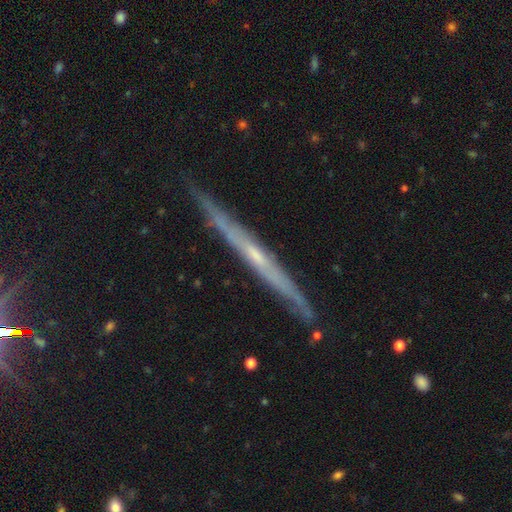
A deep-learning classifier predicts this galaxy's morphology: smooth_or_featured: featured or disk (p=0.75) [alt: smooth p=0.15]
disk_edge_on: yes (p=0.96) [alt: no p=0.04]
edge_on_bulge: none (p=0.56) [alt: rounded p=0.40]
merging: none (p=0.87) [alt: minor disturbance p=0.10]